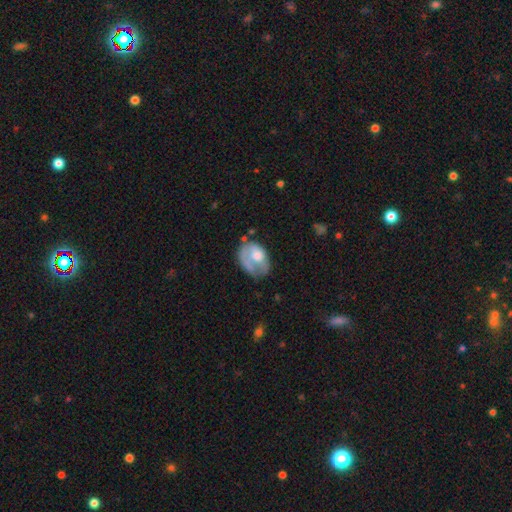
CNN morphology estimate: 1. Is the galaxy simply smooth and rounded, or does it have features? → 51% smooth, 42% featured or disk, 7% star or artifact.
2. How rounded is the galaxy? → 74% in between, 25% round, 1% cigar-shaped.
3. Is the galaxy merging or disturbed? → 36% none, 30% minor disturbance, 29% major disturbance, 5% merger.